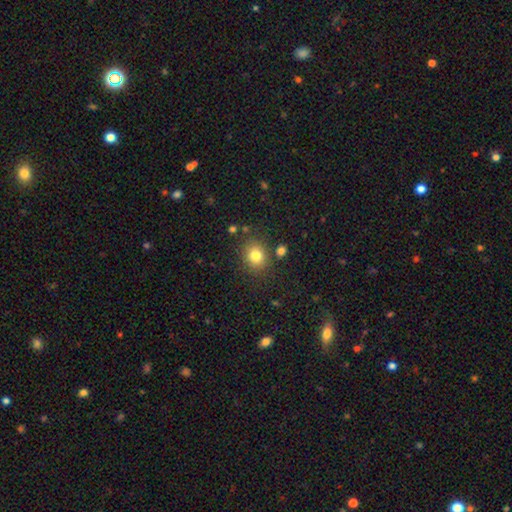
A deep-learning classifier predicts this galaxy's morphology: smooth 80%, star or artifact 12%, featured or disk 7%. Down the decision tree: how rounded — round (69%); merging — none (82%).